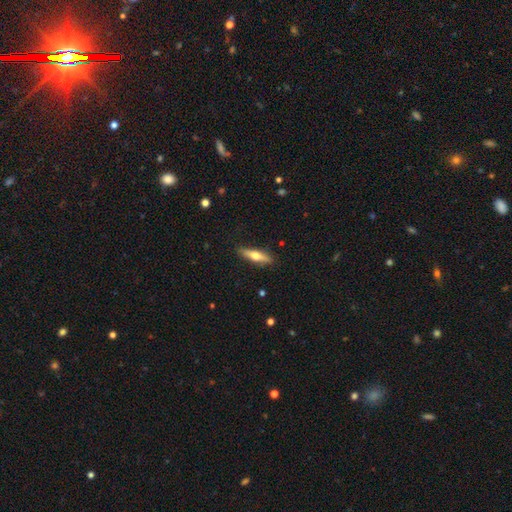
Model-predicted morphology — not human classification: Smooth or featured? Predicted: smooth (p=0.51). How rounded? Predicted: cigar-shaped (p=0.72). Merging? Predicted: none (p=0.87).